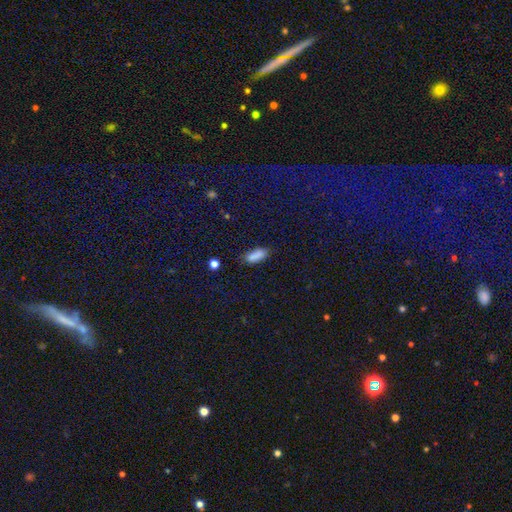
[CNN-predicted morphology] type=smooth (85%); roundness=in between (71%); merging=none (75%).